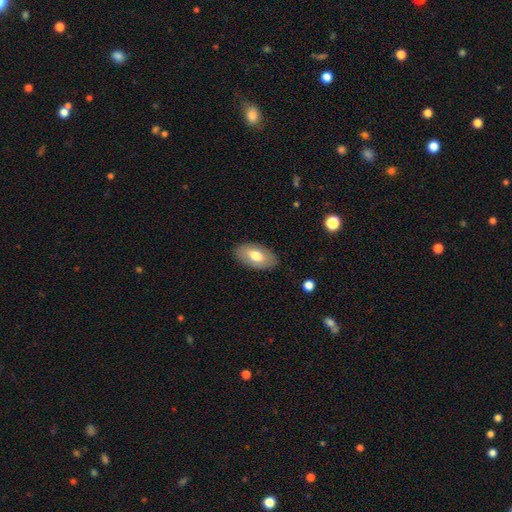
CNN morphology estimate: The model was most divided on "smooth or featured": smooth: 68%, featured or disk: 26%, star or artifact: 6%. More confident: how rounded — in between (94%); merging — none (85%).